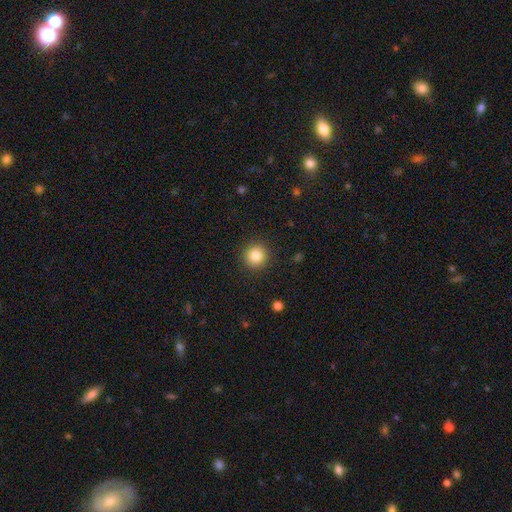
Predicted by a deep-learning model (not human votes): smooth_or_featured: smooth (p=0.85) [alt: star or artifact p=0.10]
how_rounded: round (p=0.94) [alt: in between p=0.05]
merging: none (p=0.91) [alt: minor disturbance p=0.06]